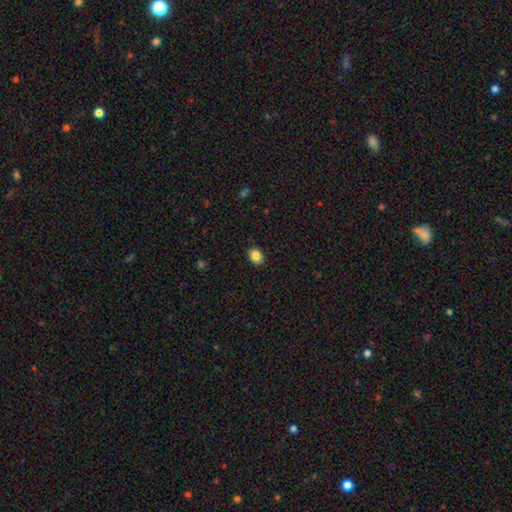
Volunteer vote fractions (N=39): Q: Smooth or featured?
A: smooth (87%); runner-up: star or artifact (8%)
Q: How rounded?
A: round (62%); runner-up: in between (38%)
Q: Merging?
A: none (92%); runner-up: minor disturbance (6%)